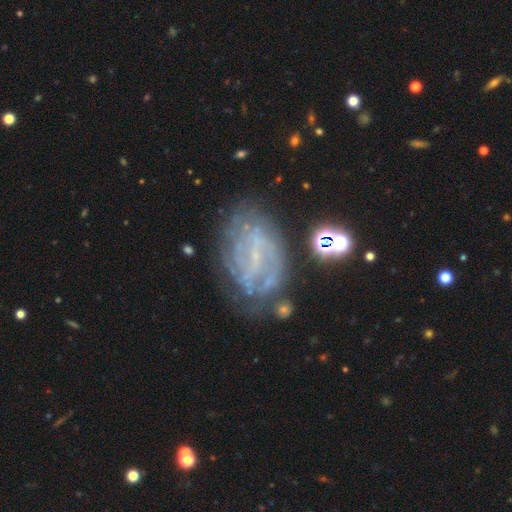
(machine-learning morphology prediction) This appears to be a featured or disk galaxy (74%) with a weak bar (46%), tight (50%) spiral arms (77%) and a small central bulge (59%). Merging: none (59%).